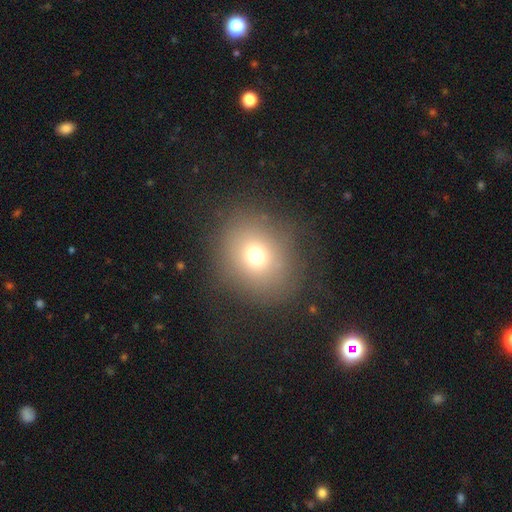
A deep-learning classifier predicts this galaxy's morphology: A smooth galaxy with no disk features (71%) that is round (70%).

Vote fractions:
- Smooth or featured? smooth: 71% / star or artifact: 16% / featured or disk: 13%
- How rounded? round: 70% / in between: 29% / cigar-shaped: 1%
- Merging? none: 81% / minor disturbance: 11% / major disturbance: 7% / merger: 1%